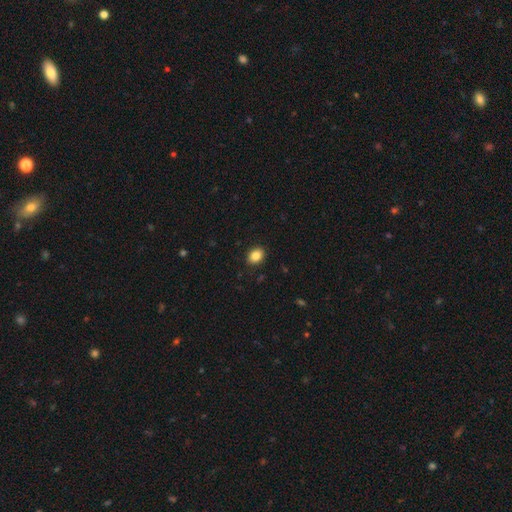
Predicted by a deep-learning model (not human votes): smooth 86%, star or artifact 9%, featured or disk 5%. Down the decision tree: how rounded — in between (61%); merging — none (90%).